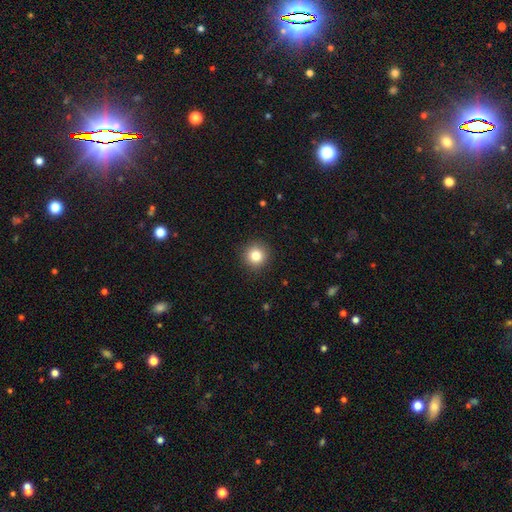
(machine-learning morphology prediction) A smooth galaxy with no disk features (82%) that is round (95%). Merging: none (92%).